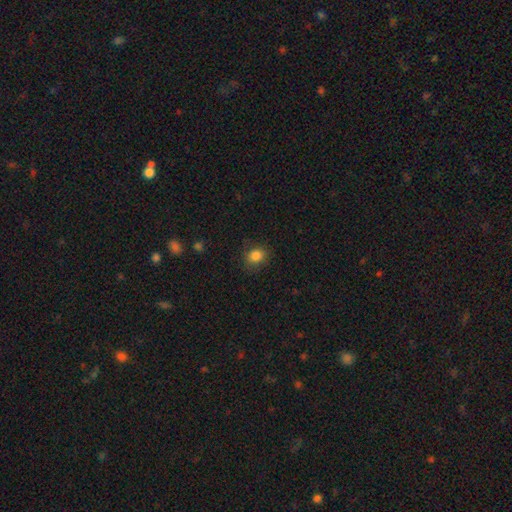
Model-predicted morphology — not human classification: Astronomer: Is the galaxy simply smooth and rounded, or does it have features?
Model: smooth — 84%.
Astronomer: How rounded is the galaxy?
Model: round — 66%.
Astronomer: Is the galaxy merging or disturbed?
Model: none — 83%.